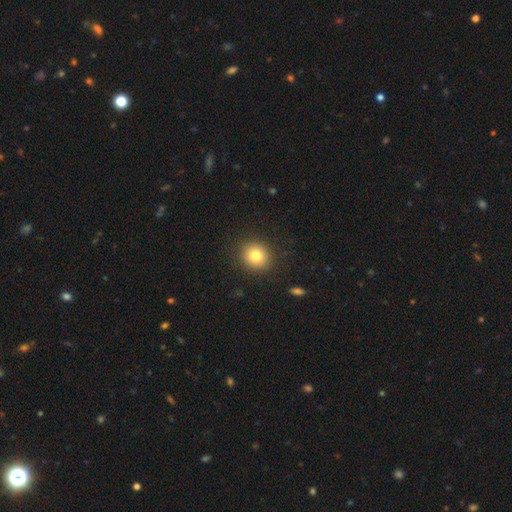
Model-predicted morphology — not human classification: Q: Smooth or featured?
A: smooth (80%); runner-up: star or artifact (11%)
Q: How rounded?
A: round (85%); runner-up: in between (14%)
Q: Merging?
A: none (89%); runner-up: minor disturbance (7%)